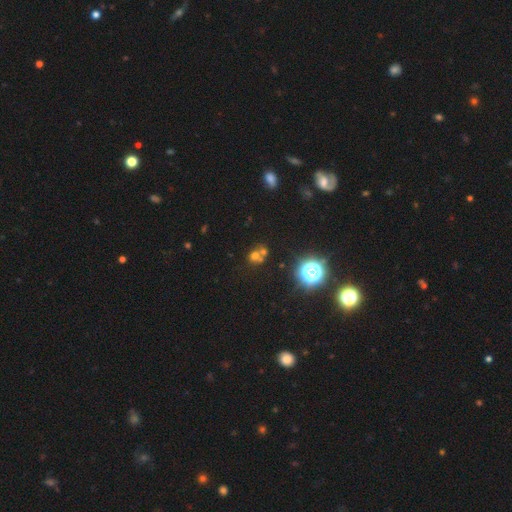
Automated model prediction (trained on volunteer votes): Overall: smooth (54%; star or artifact 31%). How rounded: round (81%). Merging: none (45%; merger 43%).